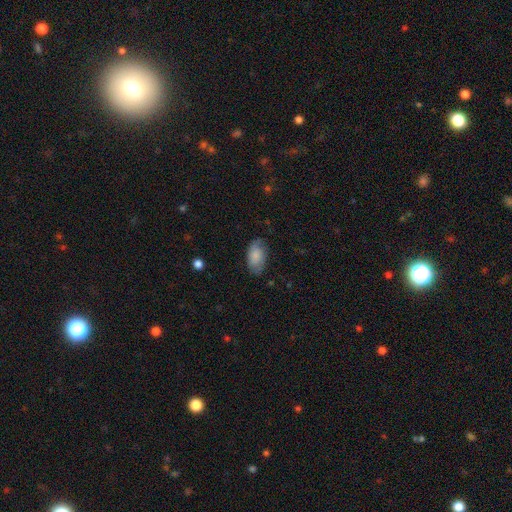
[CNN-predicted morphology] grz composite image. It shows a smooth galaxy with no disk features (76%) that is in between round and cigar-shaped (94%). Merging: none (71%).